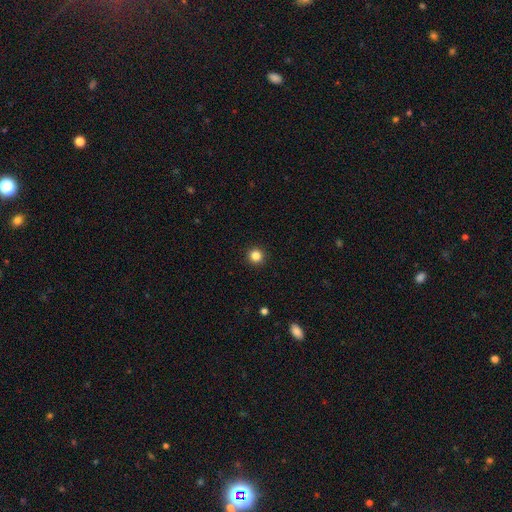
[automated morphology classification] Smooth or featured? Predicted: smooth (p=0.84). How rounded? Predicted: round (p=0.96). Merging? Predicted: none (p=0.94).